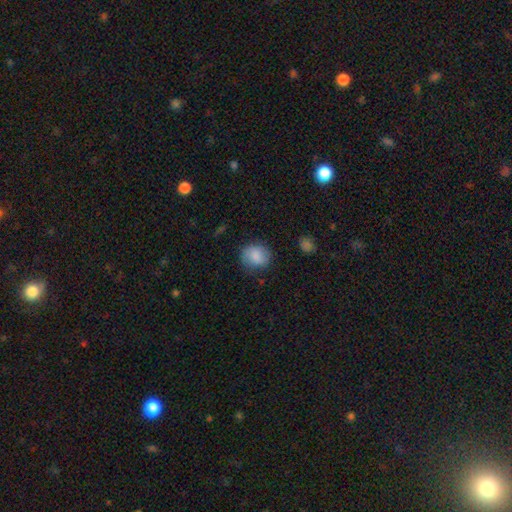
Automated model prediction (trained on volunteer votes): Q: Smooth or featured?
A: smooth (84%); runner-up: featured or disk (8%)
Q: How rounded?
A: round (78%); runner-up: in between (21%)
Q: Merging?
A: none (77%); runner-up: minor disturbance (16%)